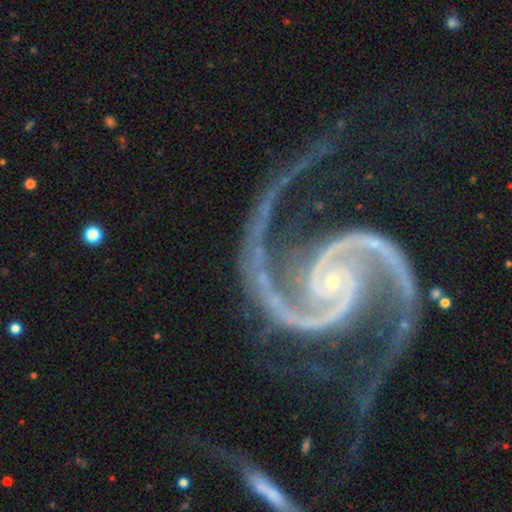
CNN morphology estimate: Overall: featured or disk (89%). Edge-on disk: no (97%). Bar: no (56%; weak 26%). Spiral arms: yes (95%). Spiral arm count: 2 (80%). Spiral winding: medium (42%; loose 36%). Bulge size: small (78%). Merging: none (45%; major disturbance 29%).